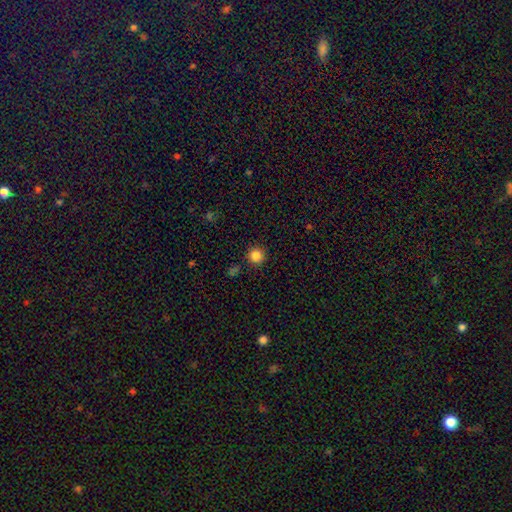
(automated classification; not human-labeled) Q: Smooth or featured?
A: smooth (85%); runner-up: star or artifact (12%)
Q: How rounded?
A: round (95%); runner-up: in between (4%)
Q: Merging?
A: none (90%); runner-up: minor disturbance (6%)